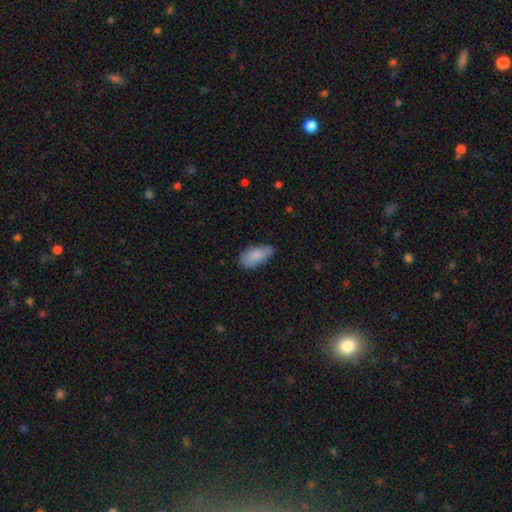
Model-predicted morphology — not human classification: Smooth or featured? smooth (84%)
How rounded? in between (92%)
Merging? none (72%)